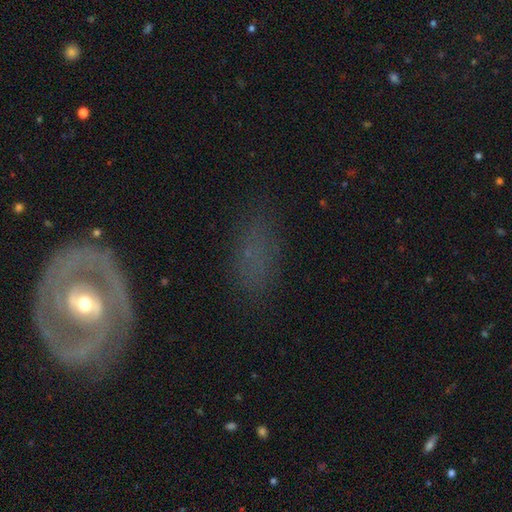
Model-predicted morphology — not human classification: Overall: featured or disk (47%; smooth 39%). Merging: none (68%).